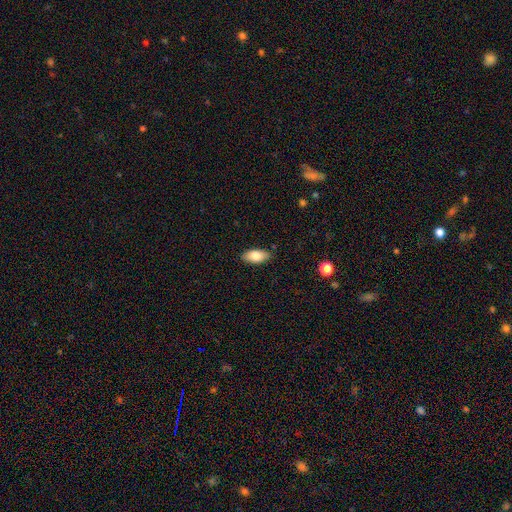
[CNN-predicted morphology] The model was most divided on "smooth or featured": smooth: 82%, featured or disk: 12%, star or artifact: 7%. More confident: how rounded — in between (91%); merging — none (86%).